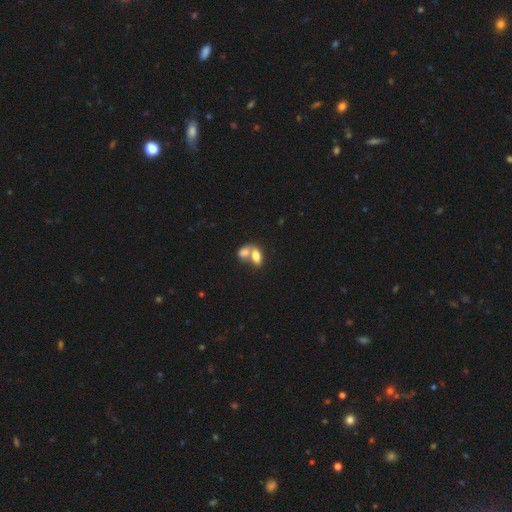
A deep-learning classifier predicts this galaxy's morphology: Overall: smooth (76%). How rounded: in between (88%). Merging: merger (64%; none 25%).